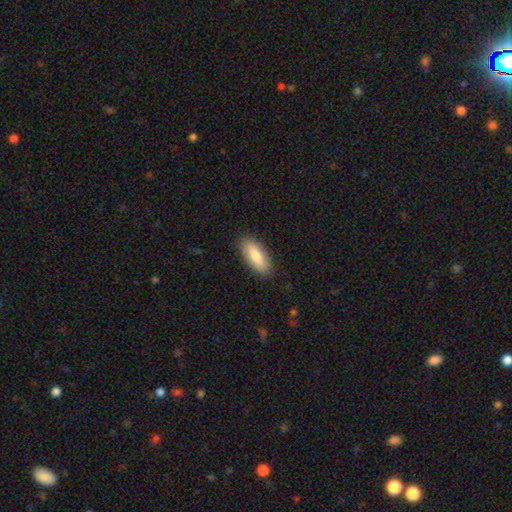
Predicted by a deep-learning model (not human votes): Overall: smooth (80%). How rounded: in between (76%). Merging: none (87%).